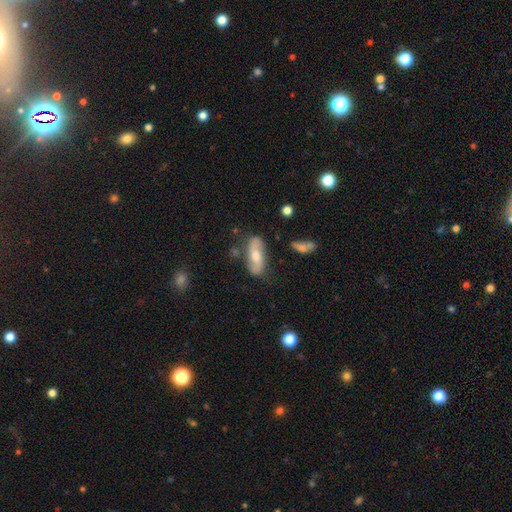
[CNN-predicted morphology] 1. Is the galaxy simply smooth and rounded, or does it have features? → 55% featured or disk, 38% smooth, 6% star or artifact.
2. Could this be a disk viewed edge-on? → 88% no, 12% yes.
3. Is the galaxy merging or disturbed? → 70% none, 19% minor disturbance, 6% major disturbance, 5% merger.